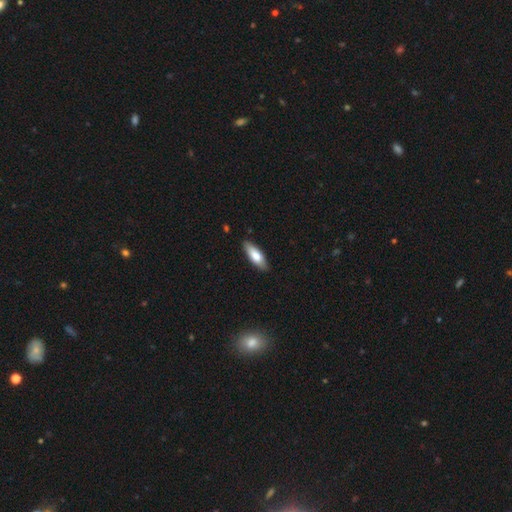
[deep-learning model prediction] This is likely a smooth galaxy (78%). How rounded: likely in between (64%). Merging: clearly none (85%).